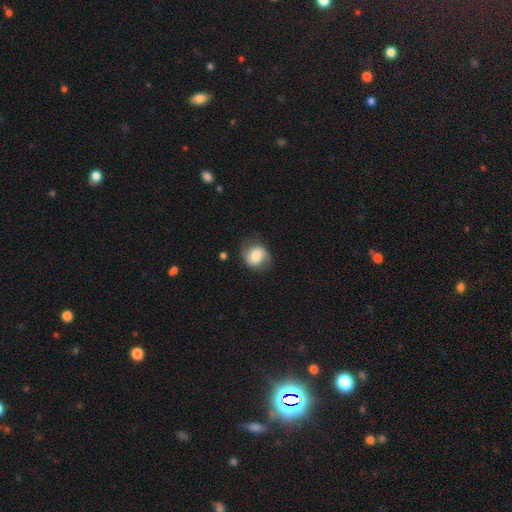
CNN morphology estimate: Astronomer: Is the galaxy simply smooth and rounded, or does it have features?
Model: smooth — 53% (runner-up: featured or disk, 39%).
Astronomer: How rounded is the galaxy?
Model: round — 68%.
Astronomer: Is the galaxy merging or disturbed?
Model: none — 71%.